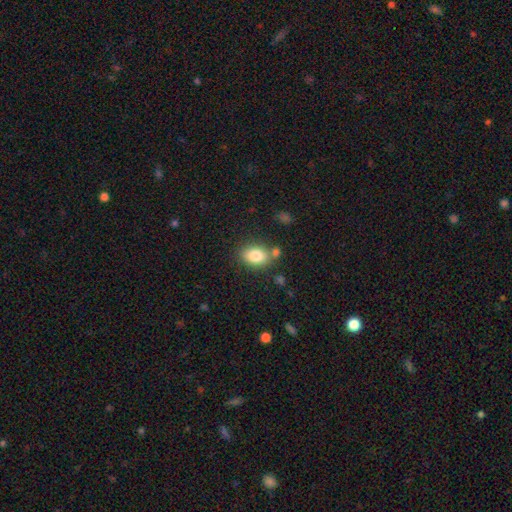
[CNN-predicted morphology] A smooth galaxy with no disk features (82%) that is in between round and cigar-shaped (78%).

Vote fractions:
- Smooth or featured? smooth: 82% / featured or disk: 9% / star or artifact: 9%
- How rounded? in between: 78% / round: 21% / cigar-shaped: 1%
- Merging? none: 71% / minor disturbance: 13% / merger: 11% / major disturbance: 4%